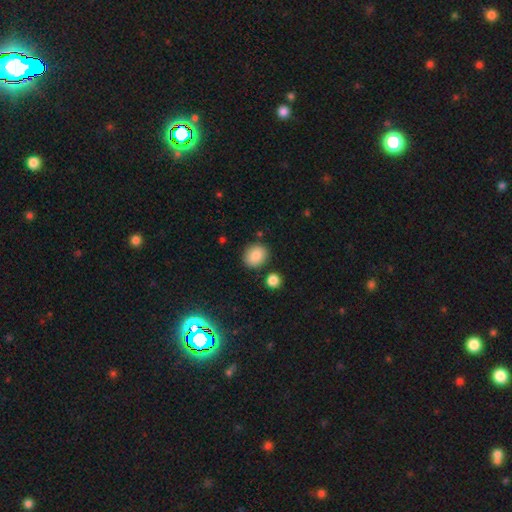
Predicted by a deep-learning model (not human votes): A smooth galaxy with no disk features (87%) that is round (53%). Merging: none (82%).